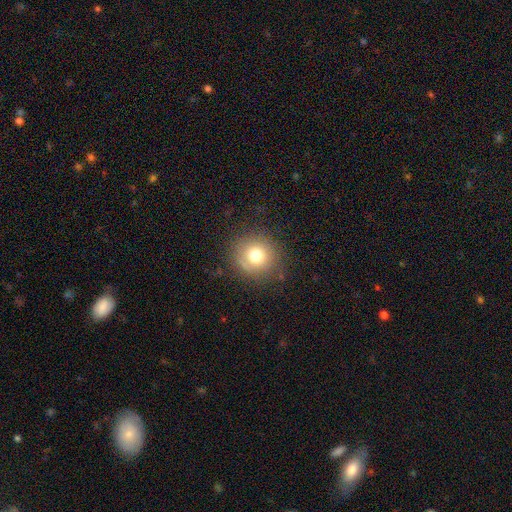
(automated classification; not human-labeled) smooth_or_featured: smooth (p=0.73) [alt: featured or disk p=0.15]
how_rounded: round (p=0.88) [alt: in between p=0.11]
merging: none (p=0.80) [alt: minor disturbance p=0.13]